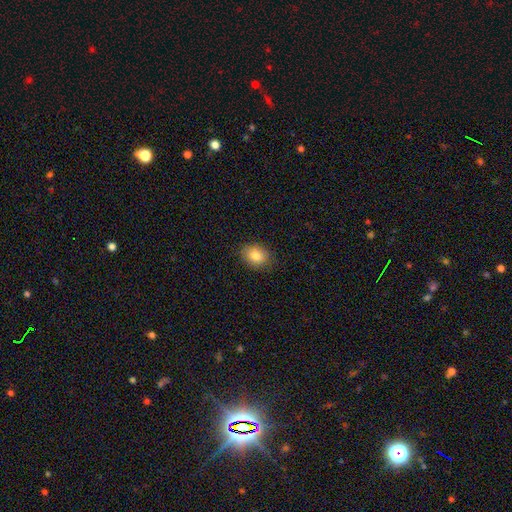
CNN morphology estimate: The model was most divided on "how rounded": in between: 65%, round: 34%, cigar-shaped: 1%. More confident: merging — none (85%); smooth or featured — smooth (83%).